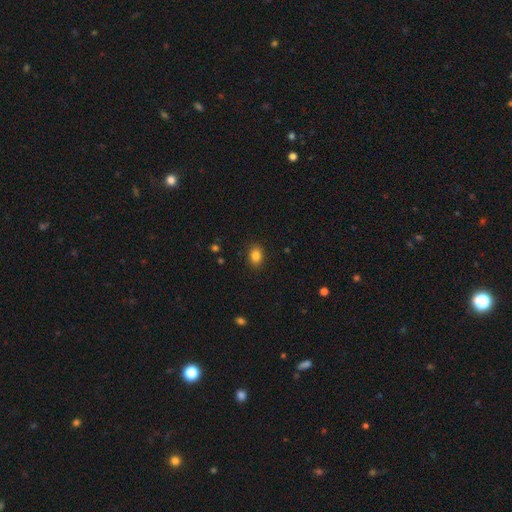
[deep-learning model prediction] smooth 85%, star or artifact 10%, featured or disk 5%. Down the decision tree: how rounded — in between (65%); merging — none (89%).